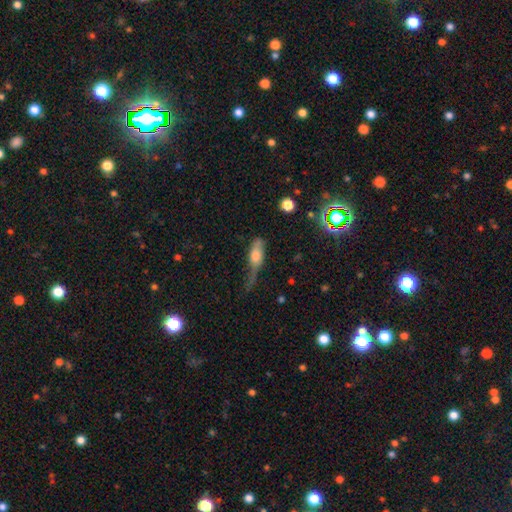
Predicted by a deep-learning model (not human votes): The model was most divided on "merging": major disturbance: 34%, minor disturbance: 32%, none: 28%, merger: 5%. More confident: how rounded — in between (55%); smooth or featured — smooth (53%).